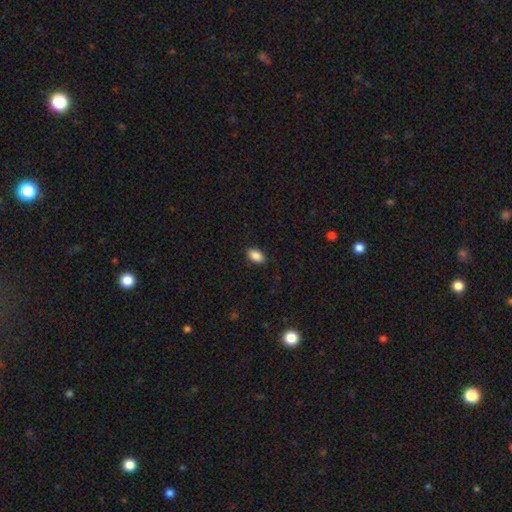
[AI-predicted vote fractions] This appears to be a smooth galaxy with no disk features (88%) that is in between round and cigar-shaped (91%). Merging: none (89%).